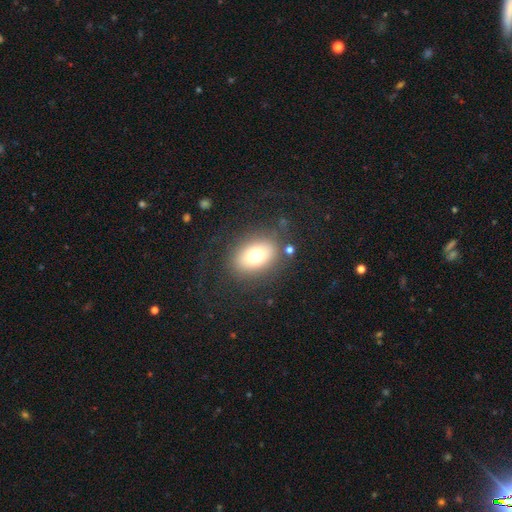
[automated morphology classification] This appears to be a smooth galaxy with no disk features (73%) that is in between round and cigar-shaped (71%). Merging: none (80%).